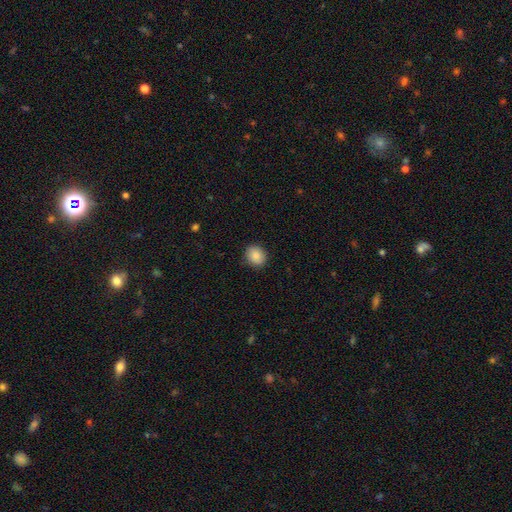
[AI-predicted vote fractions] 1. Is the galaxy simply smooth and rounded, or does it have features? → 88% smooth, 8% star or artifact, 4% featured or disk.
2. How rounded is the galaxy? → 72% round, 28% in between, 1% cigar-shaped.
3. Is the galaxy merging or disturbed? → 88% none, 8% minor disturbance, 2% major disturbance, 1% merger.